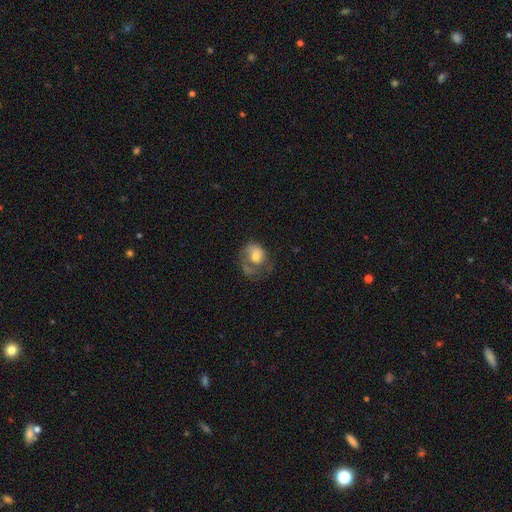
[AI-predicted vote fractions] Smooth or featured? smooth (57%)
How rounded? in between (52%)
Merging? major disturbance (44%)